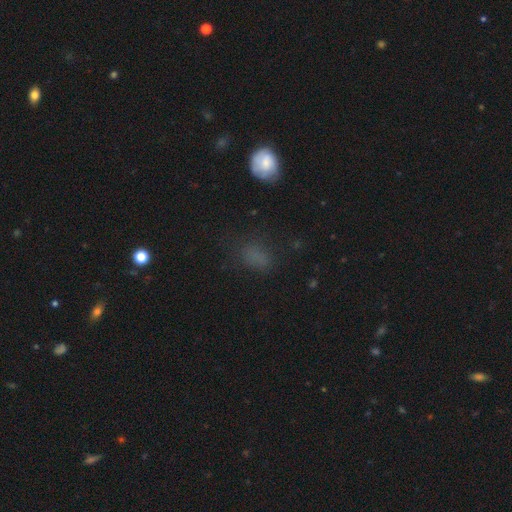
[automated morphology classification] smooth 71%, star or artifact 19%, featured or disk 10%. Down the decision tree: how rounded — in between (70%); merging — none (63%).